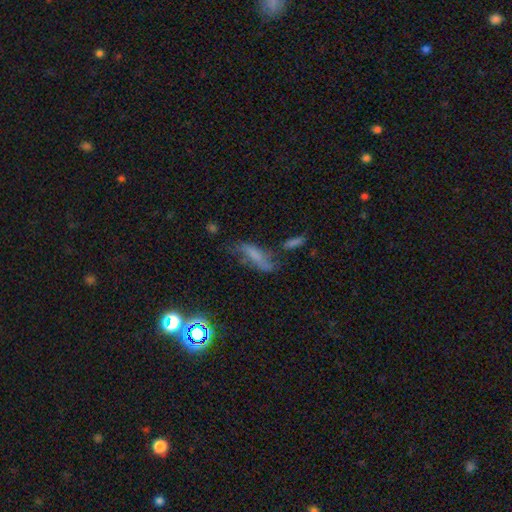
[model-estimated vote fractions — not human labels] Morphology: type=smooth (42%); merging=none (43%).